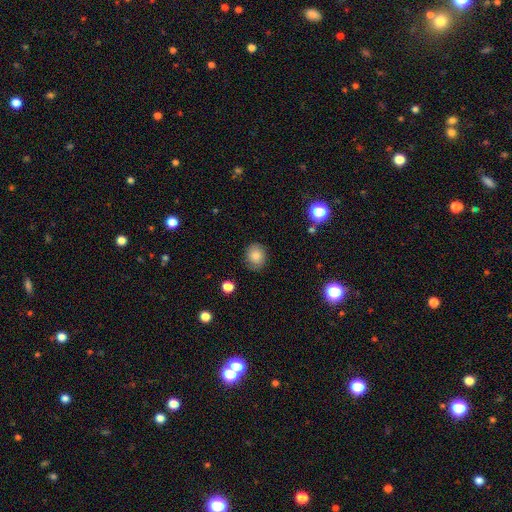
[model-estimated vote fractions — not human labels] Smooth or featured? smooth (82%)
How rounded? round (68%)
Merging? none (83%)